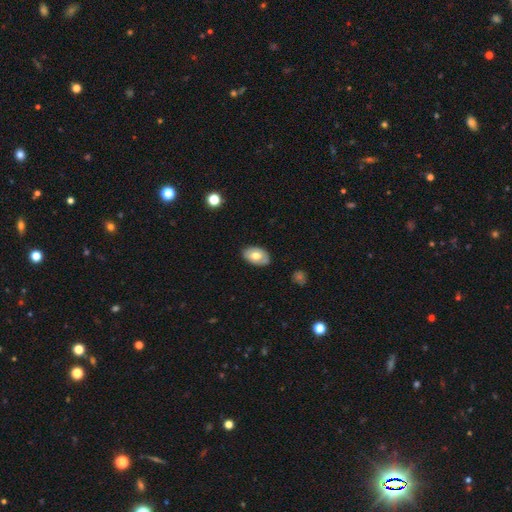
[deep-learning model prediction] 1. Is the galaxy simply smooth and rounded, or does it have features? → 66% smooth, 27% featured or disk, 7% star or artifact.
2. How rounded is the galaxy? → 89% in between, 10% round, 1% cigar-shaped.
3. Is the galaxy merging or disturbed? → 82% none, 14% minor disturbance, 3% major disturbance, 1% merger.